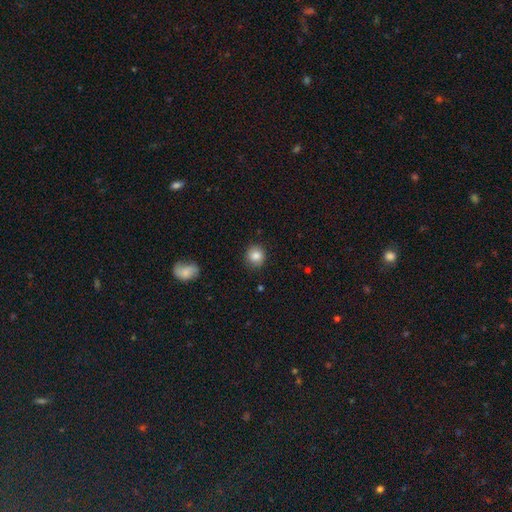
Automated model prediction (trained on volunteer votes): smooth_or_featured: smooth (p=0.85) [alt: star or artifact p=0.09]
how_rounded: round (p=0.85) [alt: in between p=0.14]
merging: none (p=0.88) [alt: minor disturbance p=0.09]